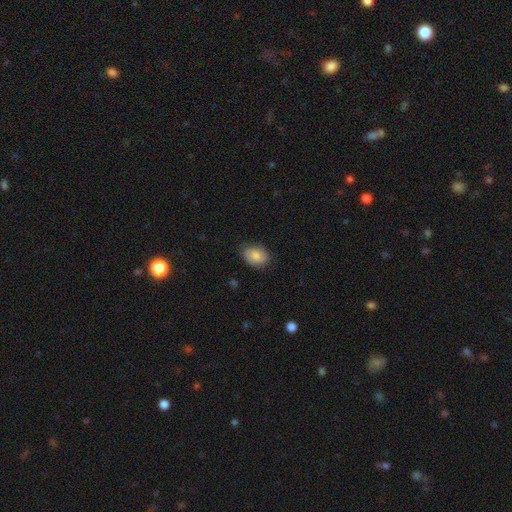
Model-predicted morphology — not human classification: The model was most divided on "how rounded": in between: 75%, round: 24%, cigar-shaped: 1%. More confident: smooth or featured — smooth (78%); merging — none (77%).